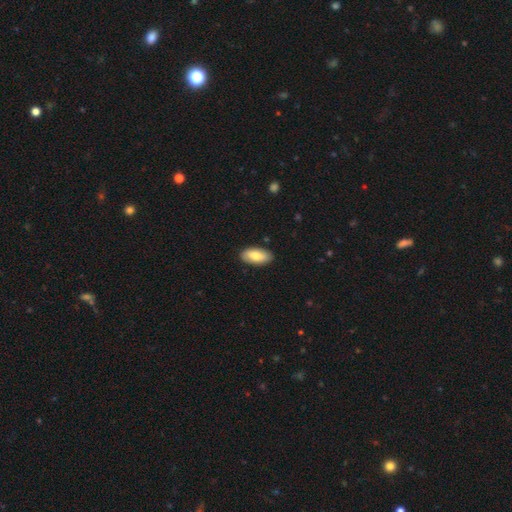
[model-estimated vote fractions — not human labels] Smooth or featured: smooth — 78% (featured or disk — 17%)
How rounded: in between — 92% (cigar-shaped — 6%)
Merging: none — 87% (minor disturbance — 10%)